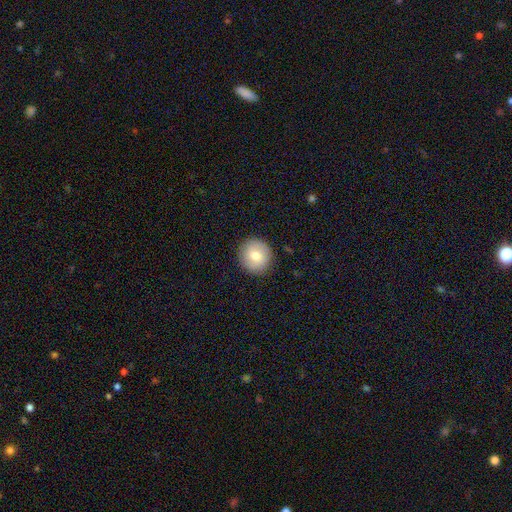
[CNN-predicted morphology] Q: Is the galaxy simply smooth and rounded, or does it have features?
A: smooth — 77%.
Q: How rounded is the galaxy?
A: round — 92%.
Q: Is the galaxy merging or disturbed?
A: none — 90%.